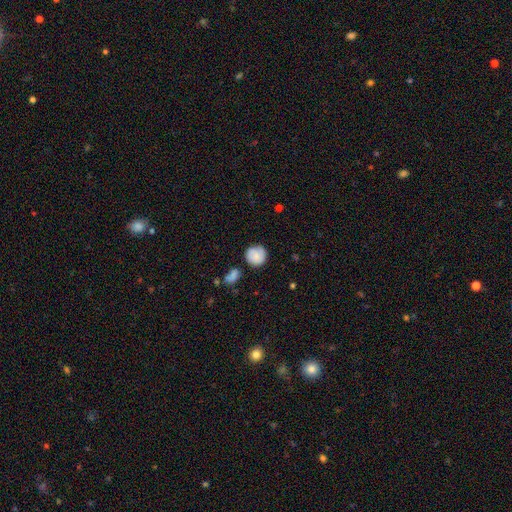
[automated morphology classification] The model was most divided on "smooth or featured": smooth: 70%, featured or disk: 22%, star or artifact: 8%. More confident: how rounded — round (89%); merging — none (69%).